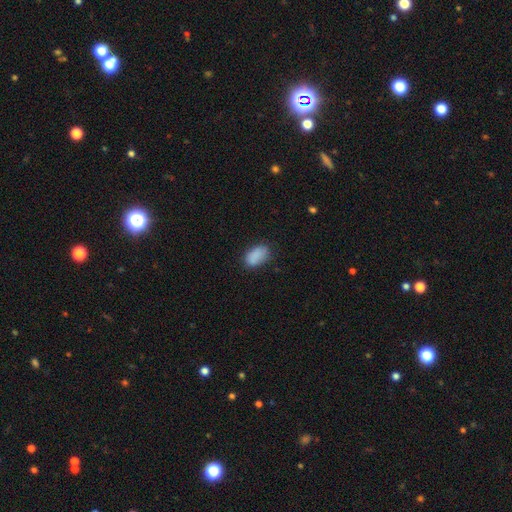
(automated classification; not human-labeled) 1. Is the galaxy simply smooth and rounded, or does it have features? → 87% smooth, 8% star or artifact, 5% featured or disk.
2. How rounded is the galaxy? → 92% in between, 6% round, 2% cigar-shaped.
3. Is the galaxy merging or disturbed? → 73% none, 20% minor disturbance, 5% major disturbance, 2% merger.